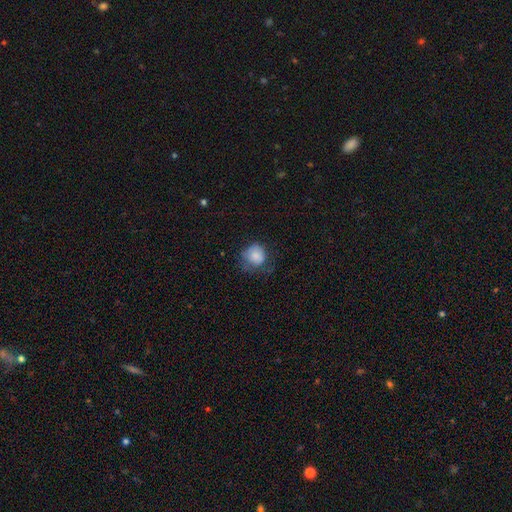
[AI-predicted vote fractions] This is likely a smooth galaxy (79%). How rounded: likely round (77%). Merging: possibly none (48%).